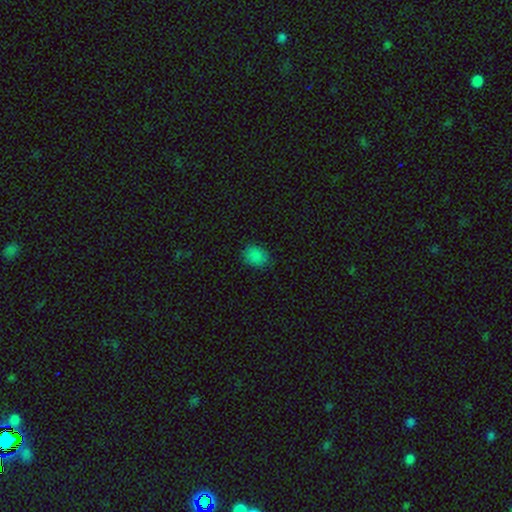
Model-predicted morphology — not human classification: smooth_or_featured: smooth (p=0.84) [alt: star or artifact p=0.12]
how_rounded: in between (p=0.54) [alt: round p=0.45]
merging: none (p=0.81) [alt: minor disturbance p=0.14]